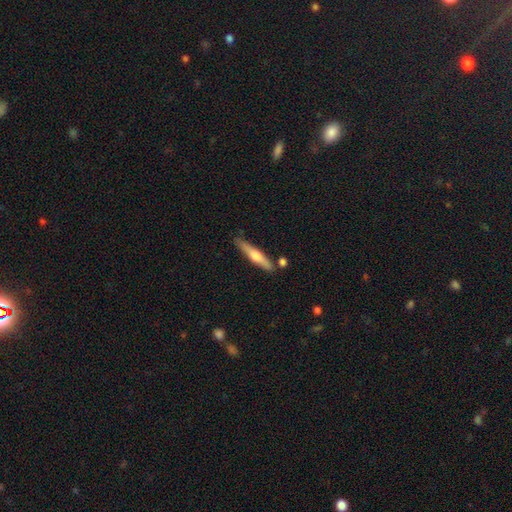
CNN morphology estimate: A smooth galaxy with no disk features (49%). Merging: none (79%).